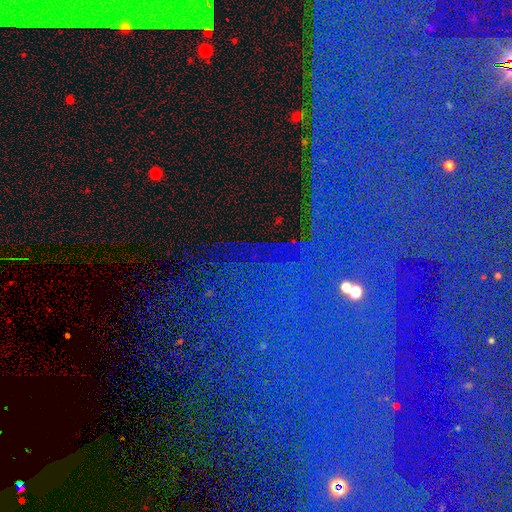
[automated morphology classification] This appears to be a star or artifact, not a galaxy (81%).